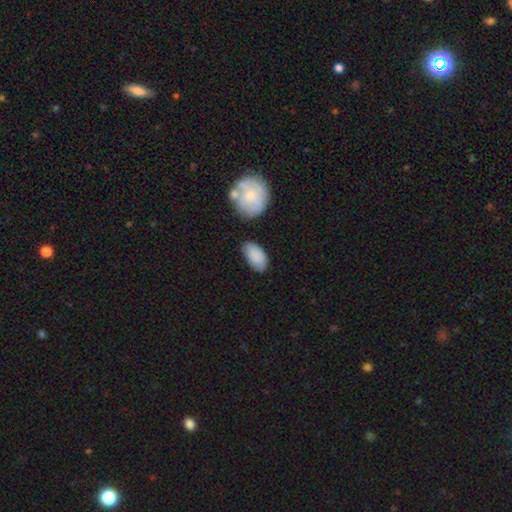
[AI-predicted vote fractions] Overall: smooth (86%). How rounded: in between (95%). Merging: none (72%).